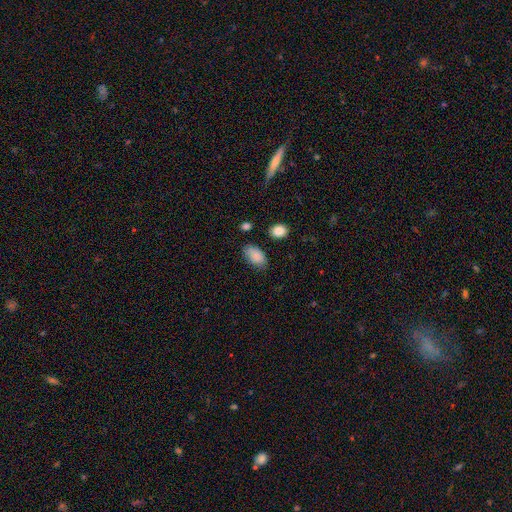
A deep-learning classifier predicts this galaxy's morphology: Smooth or featured?
  - smooth: 88% *
  - star or artifact: 8%
  - featured or disk: 5%
How rounded?
  - in between: 92% *
  - round: 6%
  - cigar-shaped: 2%
Merging?
  - none: 77% *
  - minor disturbance: 16%
  - major disturbance: 4%
  - merger: 3%